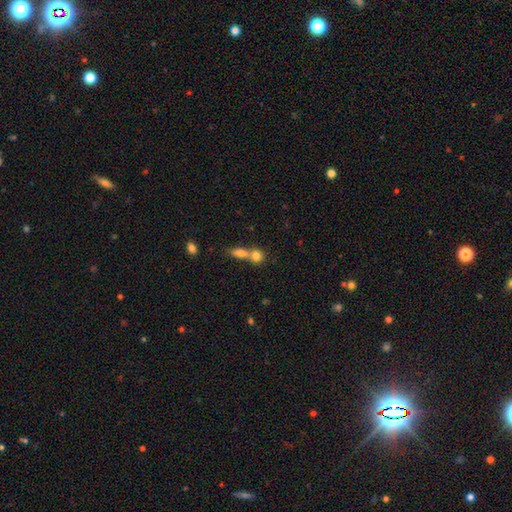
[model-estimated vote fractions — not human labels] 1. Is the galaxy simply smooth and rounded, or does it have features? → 79% smooth, 12% featured or disk, 9% star or artifact.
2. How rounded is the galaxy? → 64% round, 30% in between, 6% cigar-shaped.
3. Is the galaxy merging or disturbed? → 58% merger, 33% none, 6% minor disturbance, 3% major disturbance.